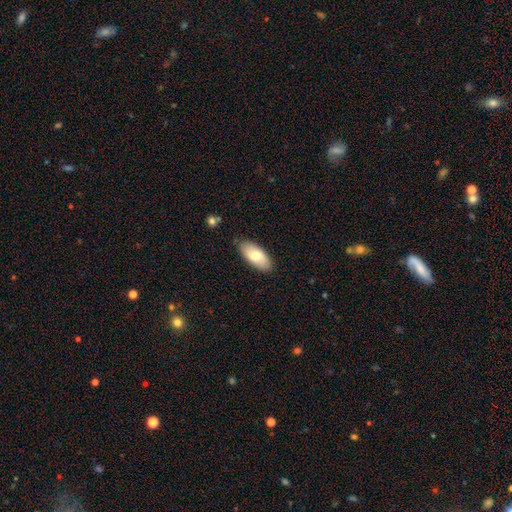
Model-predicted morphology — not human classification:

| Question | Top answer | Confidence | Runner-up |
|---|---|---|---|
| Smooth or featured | smooth | 73% | featured or disk (22%) |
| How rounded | in between | 90% | cigar-shaped (8%) |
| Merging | none | 85% | minor disturbance (12%) |